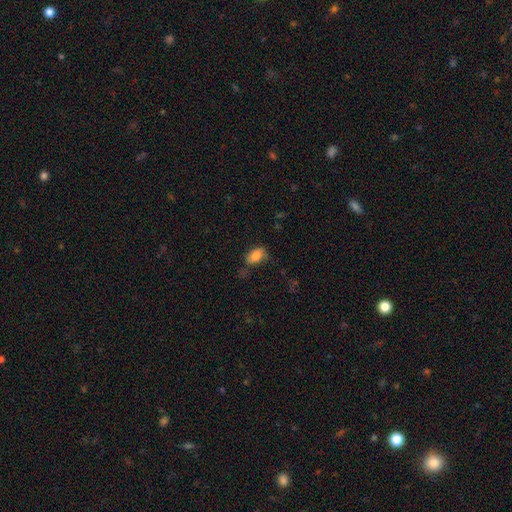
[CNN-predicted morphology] smooth 80%, featured or disk 12%, star or artifact 8%. Down the decision tree: how rounded — in between (89%); merging — none (55%).